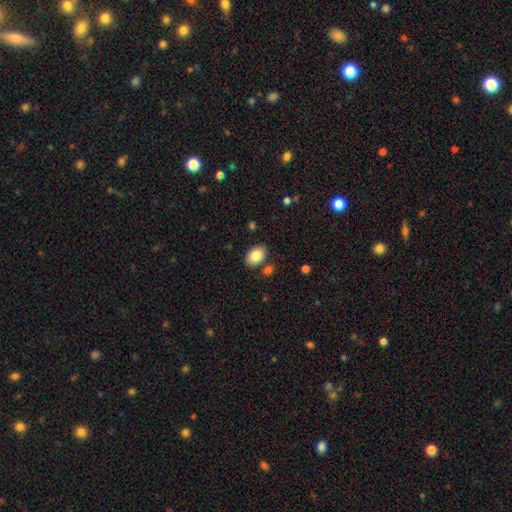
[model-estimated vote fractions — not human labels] Smooth or featured? smooth (84%)
How rounded? in between (84%)
Merging? none (82%)